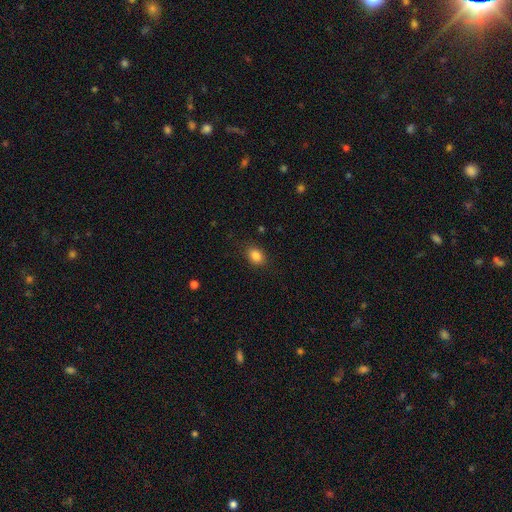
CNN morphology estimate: type=smooth (85%); roundness=in between (69%); merging=none (86%).